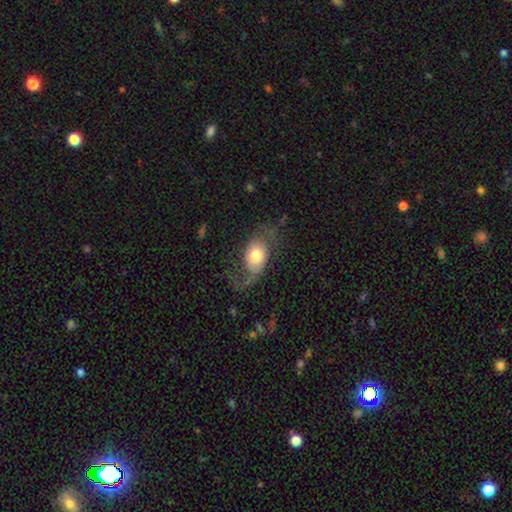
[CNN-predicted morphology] Smooth or featured: featured or disk — 50% (smooth — 43%)
Merging: none — 42% (major disturbance — 35%)